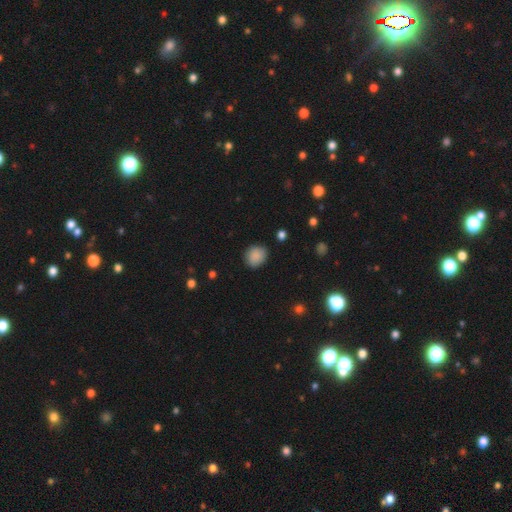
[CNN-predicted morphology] A smooth galaxy with no disk features (87%) that is round (72%). Merging: none (84%).